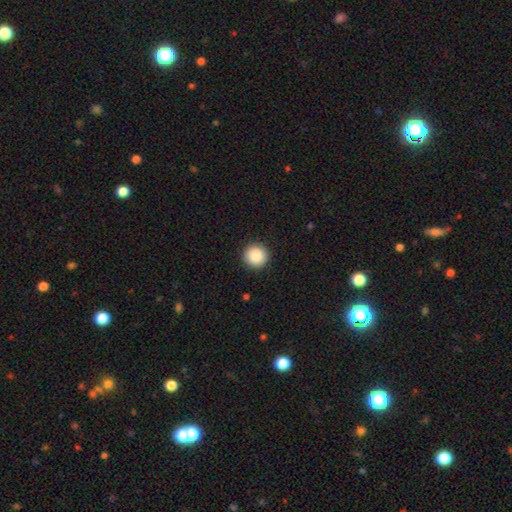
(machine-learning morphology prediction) Smooth or featured: smooth — 88% (star or artifact — 8%)
How rounded: round — 96% (in between — 3%)
Merging: none — 93% (minor disturbance — 4%)